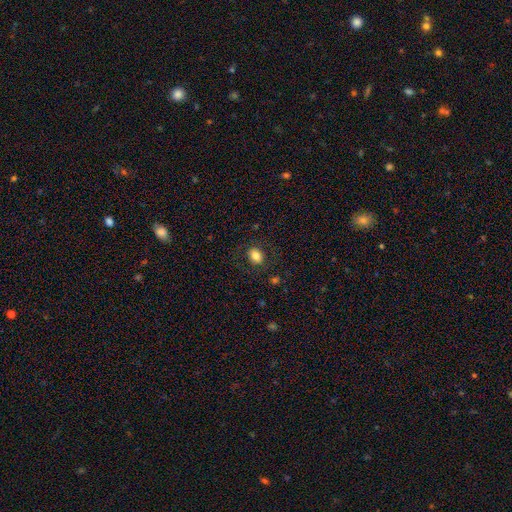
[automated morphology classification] smooth 81%, star or artifact 10%, featured or disk 9%. Down the decision tree: how rounded — in between (56%); merging — none (83%).